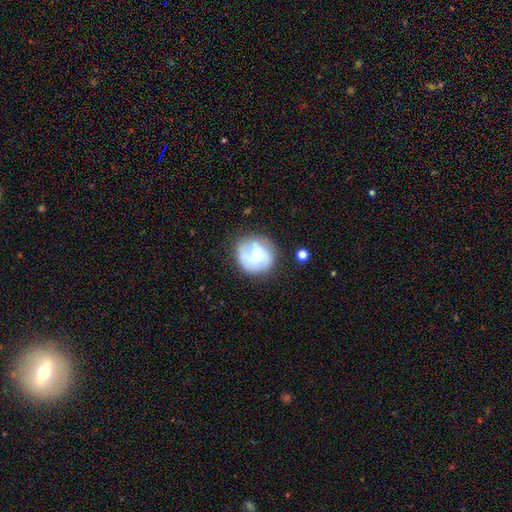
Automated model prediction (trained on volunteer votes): smooth_or_featured: smooth (p=0.47) [alt: featured or disk p=0.45]
merging: none (p=0.58) [alt: minor disturbance p=0.21]